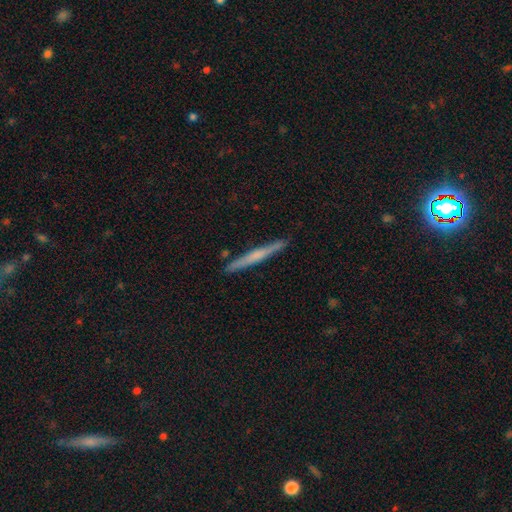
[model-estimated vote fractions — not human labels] The model was most divided on "smooth or featured": featured or disk: 49%, smooth: 45%, star or artifact: 6%. More confident: merging — none (90%).